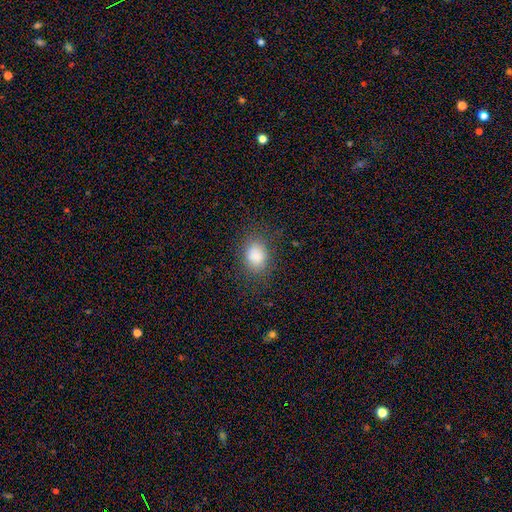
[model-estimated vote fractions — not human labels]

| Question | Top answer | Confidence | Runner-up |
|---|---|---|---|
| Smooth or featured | smooth | 85% | star or artifact (9%) |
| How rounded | in between | 65% | round (34%) |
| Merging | none | 77% | minor disturbance (15%) |